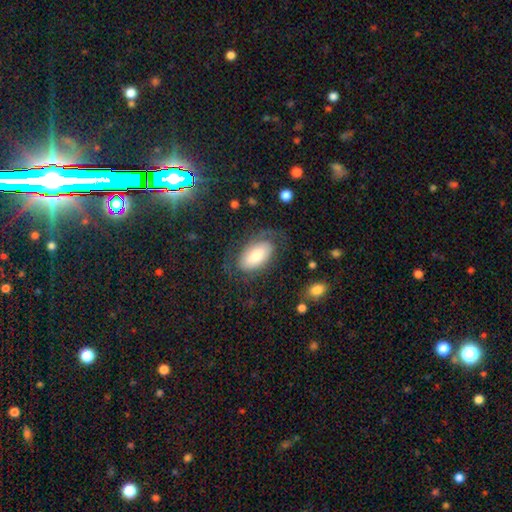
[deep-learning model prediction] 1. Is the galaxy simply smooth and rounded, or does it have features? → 51% smooth, 42% featured or disk, 8% star or artifact.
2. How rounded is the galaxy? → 93% in between, 4% round, 2% cigar-shaped.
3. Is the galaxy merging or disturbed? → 65% none, 18% minor disturbance, 16% major disturbance, 2% merger.